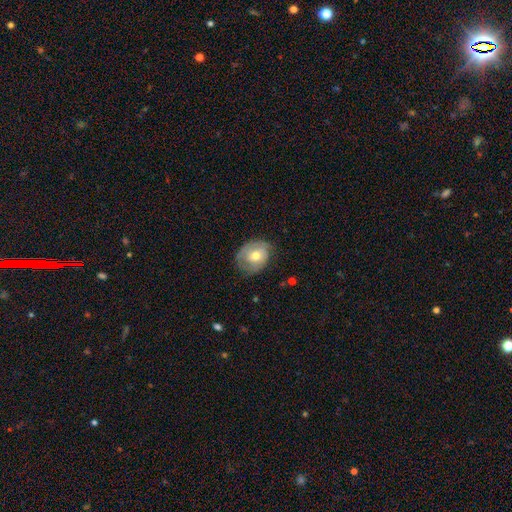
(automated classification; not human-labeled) smooth 49%, featured or disk 44%, star or artifact 7%. Down the decision tree: merging — none (59%).